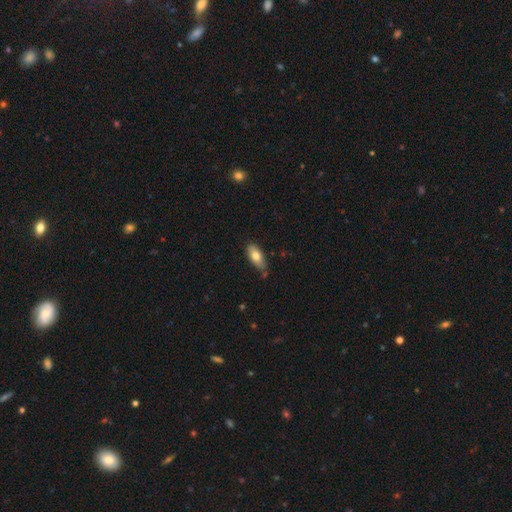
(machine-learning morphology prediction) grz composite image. It shows a smooth galaxy with no disk features (77%) that is in between round and cigar-shaped (85%). Merging: none (70%).